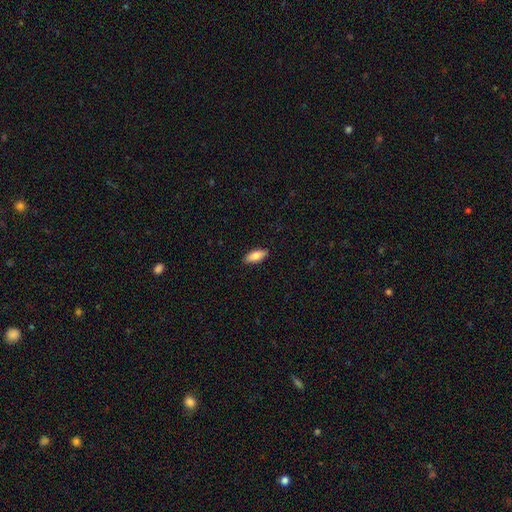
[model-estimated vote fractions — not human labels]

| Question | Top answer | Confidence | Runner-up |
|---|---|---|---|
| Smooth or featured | smooth | 84% | featured or disk (10%) |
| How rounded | in between | 80% | cigar-shaped (18%) |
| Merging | none | 88% | minor disturbance (9%) |